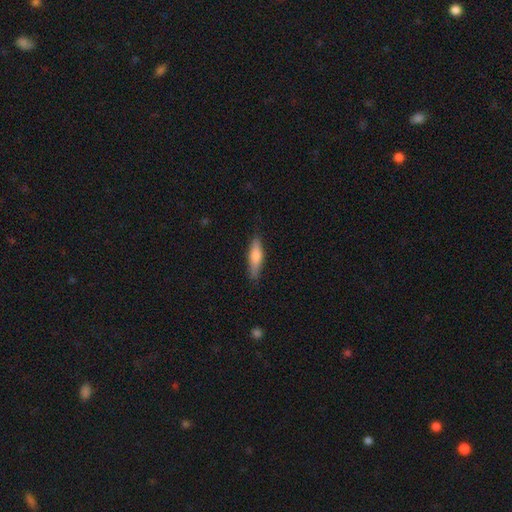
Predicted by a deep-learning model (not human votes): smooth 69%, featured or disk 25%, star or artifact 6%. Down the decision tree: how rounded — cigar-shaped (65%); merging — none (84%).